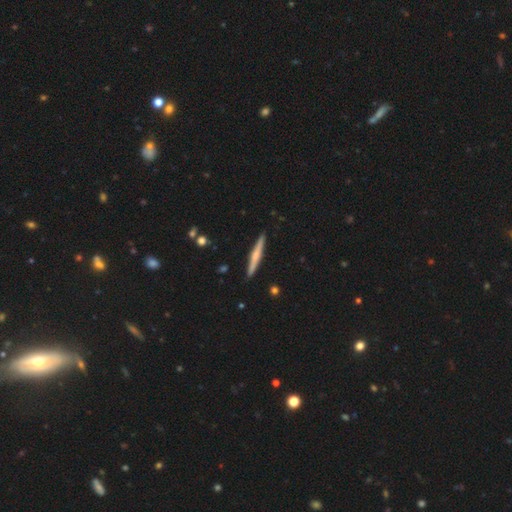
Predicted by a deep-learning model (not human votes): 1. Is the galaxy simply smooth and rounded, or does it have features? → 53% featured or disk, 41% smooth, 5% star or artifact.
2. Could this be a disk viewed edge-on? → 98% yes, 2% no.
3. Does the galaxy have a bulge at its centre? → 63% rounded, 27% none, 10% boxy.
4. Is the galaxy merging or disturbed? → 92% none, 6% minor disturbance, 1% merger, 1% major disturbance.